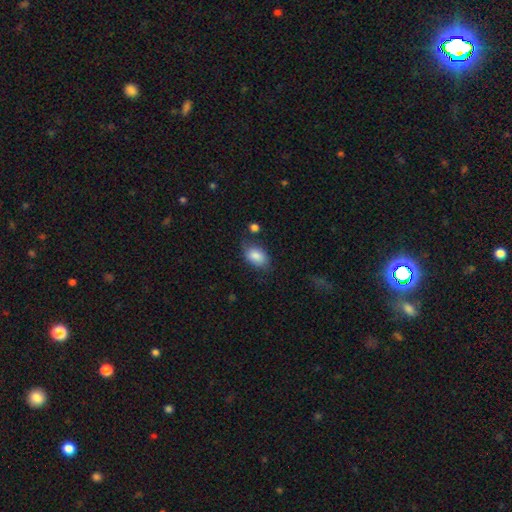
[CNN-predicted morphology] The model was most divided on "merging": none: 65%, minor disturbance: 24%, major disturbance: 7%, merger: 4%. More confident: how rounded — in between (85%); smooth or featured — smooth (85%).